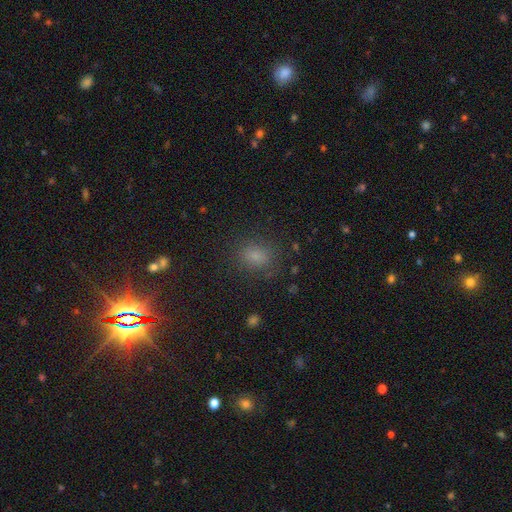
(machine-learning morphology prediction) A smooth galaxy with no disk features (74%) that is in between round and cigar-shaped (58%).

Vote fractions:
- Smooth or featured? smooth: 74% / star or artifact: 20% / featured or disk: 7%
- How rounded? in between: 58% / round: 41% / cigar-shaped: 2%
- Merging? none: 80% / minor disturbance: 12% / major disturbance: 6% / merger: 2%